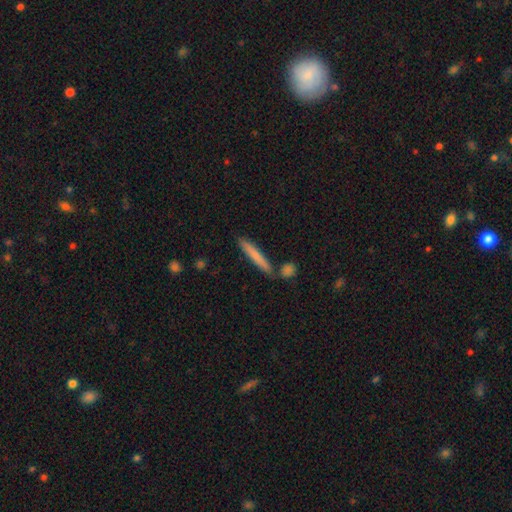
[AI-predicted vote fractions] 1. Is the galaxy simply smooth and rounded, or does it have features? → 74% smooth, 21% featured or disk, 5% star or artifact.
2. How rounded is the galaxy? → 95% cigar-shaped, 4% in between, 1% round.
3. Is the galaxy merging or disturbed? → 82% none, 9% minor disturbance, 7% merger, 2% major disturbance.